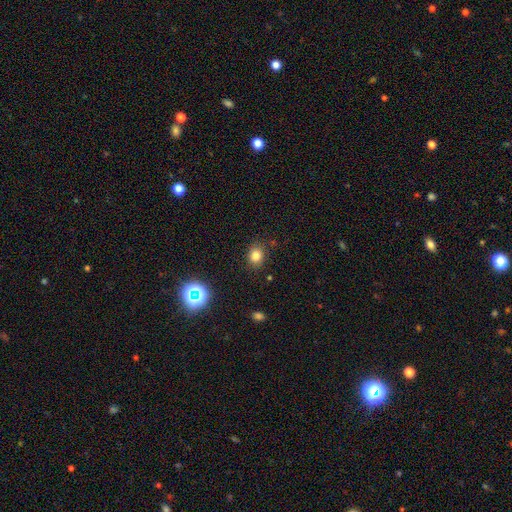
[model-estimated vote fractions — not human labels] Q: Smooth or featured?
A: smooth (78%); runner-up: star or artifact (15%)
Q: How rounded?
A: round (55%); runner-up: in between (44%)
Q: Merging?
A: none (85%); runner-up: minor disturbance (10%)